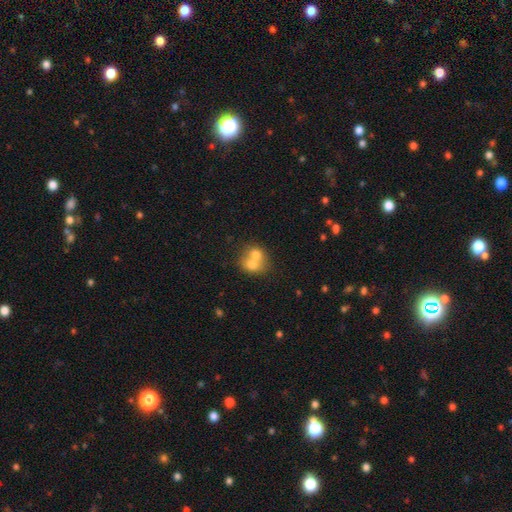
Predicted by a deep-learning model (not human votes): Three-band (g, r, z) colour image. It shows a smooth galaxy with no disk features (64%) that is round (59%). Merging: merger (69%).